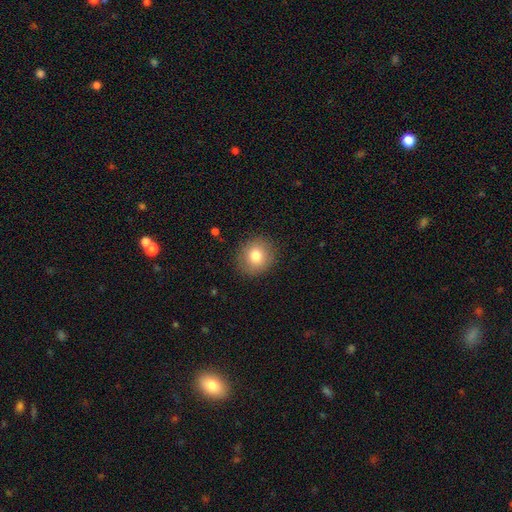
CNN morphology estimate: smooth_or_featured: smooth (p=0.80) [alt: featured or disk p=0.11]
how_rounded: round (p=0.82) [alt: in between p=0.17]
merging: none (p=0.88) [alt: minor disturbance p=0.08]